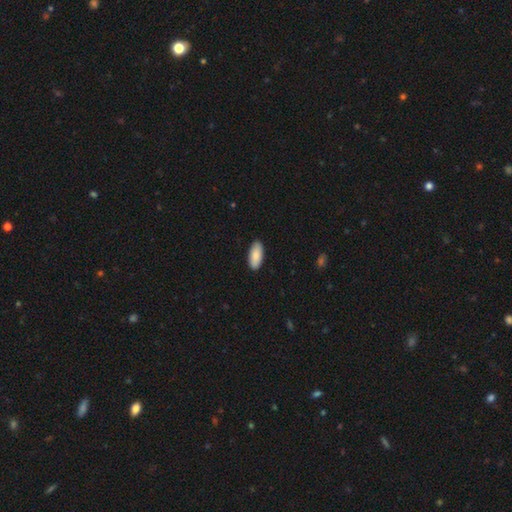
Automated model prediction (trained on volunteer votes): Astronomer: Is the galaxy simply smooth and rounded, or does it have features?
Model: smooth — 89%.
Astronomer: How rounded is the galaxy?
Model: in between — 90%.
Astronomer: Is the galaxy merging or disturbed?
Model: none — 90%.